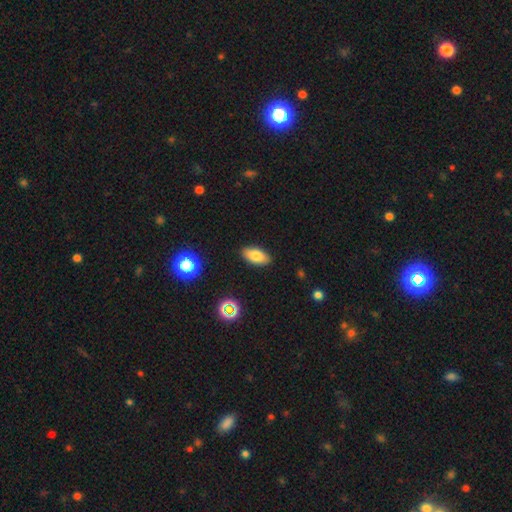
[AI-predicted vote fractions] Overall: smooth (80%). How rounded: in between (90%). Merging: none (88%).